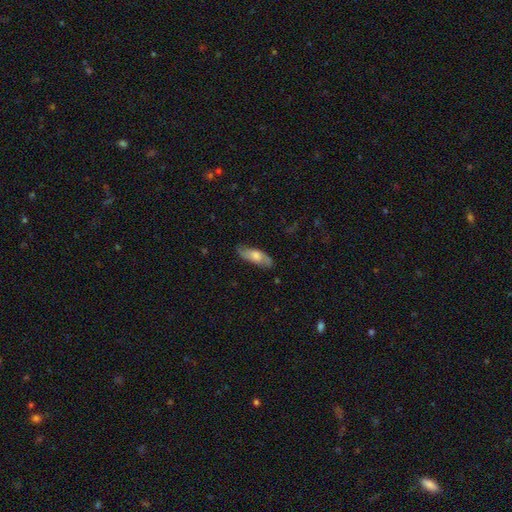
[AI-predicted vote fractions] Smooth or featured: smooth — 48% (featured or disk — 45%)
Merging: none — 76% (minor disturbance — 18%)